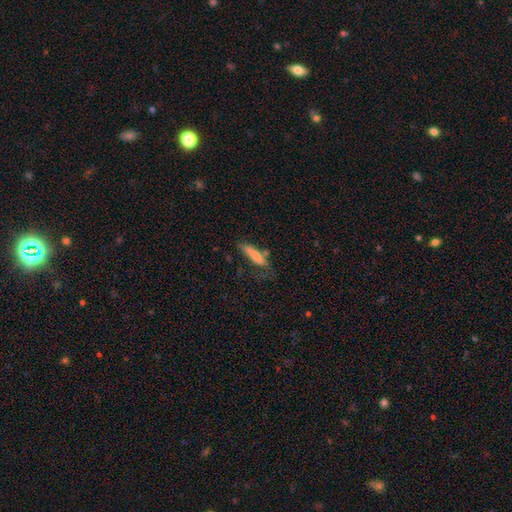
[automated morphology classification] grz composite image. It shows a smooth galaxy with no disk features (74%) that is cigar-shaped (73%). Merging: none (53%).